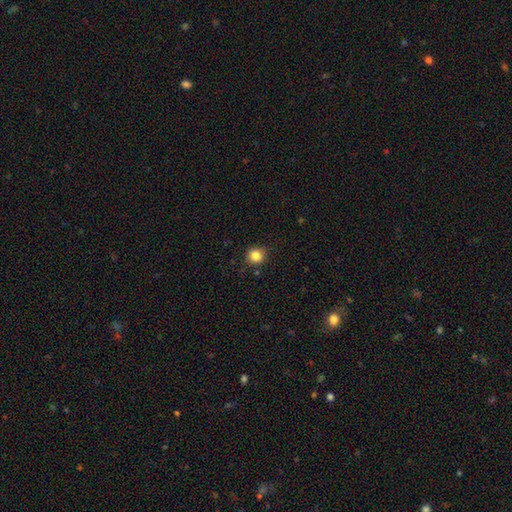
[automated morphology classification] smooth 84%, star or artifact 12%, featured or disk 5%. Down the decision tree: how rounded — round (91%); merging — none (87%).